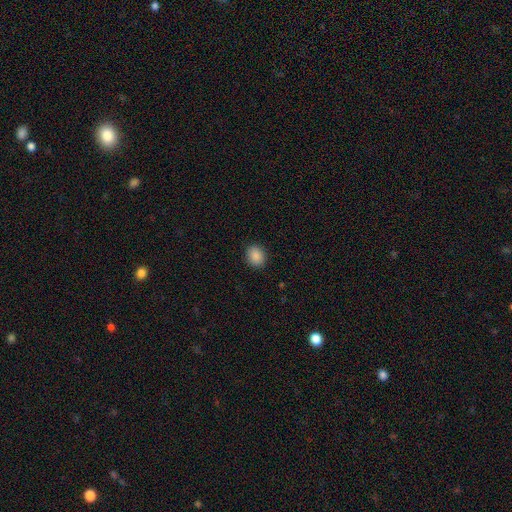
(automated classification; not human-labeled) Smooth or featured?
  - smooth: 88% *
  - star or artifact: 9%
  - featured or disk: 3%
How rounded?
  - round: 54% *
  - in between: 45%
  - cigar-shaped: 1%
Merging?
  - none: 89% *
  - minor disturbance: 7%
  - major disturbance: 2%
  - merger: 1%